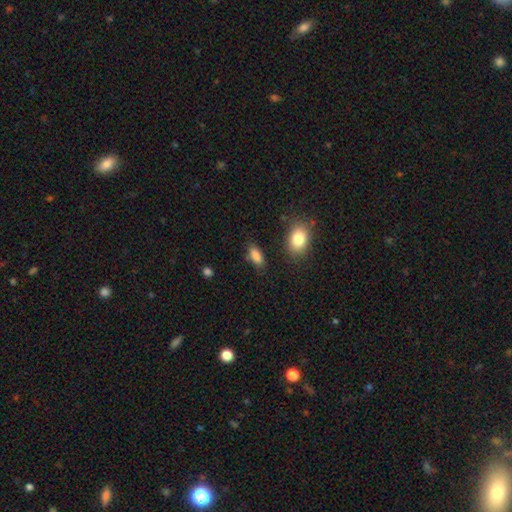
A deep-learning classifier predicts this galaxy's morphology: This is clearly a smooth galaxy (85%). How rounded: clearly in between (84%). Merging: likely none (77%).